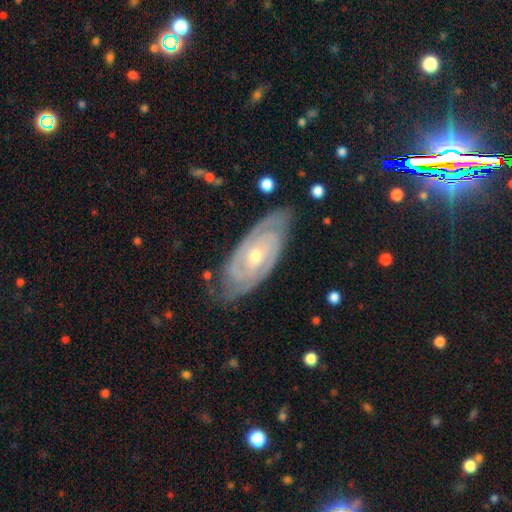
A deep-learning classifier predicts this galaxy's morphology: Smooth or featured? featured or disk (88%)
Edge-on disk? no (92%)
Bar? no (63%)
Spiral arms? yes (96%)
Spiral winding? tight (77%)
Spiral arm count? 2 (59%)
Bulge size? small (50%)
Merging? none (78%)